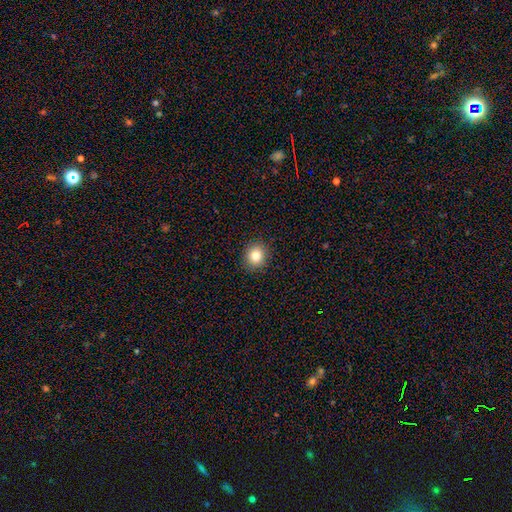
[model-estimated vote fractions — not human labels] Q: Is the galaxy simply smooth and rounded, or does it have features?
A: smooth — 84%.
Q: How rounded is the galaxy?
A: round — 79%.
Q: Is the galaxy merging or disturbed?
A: none — 91%.